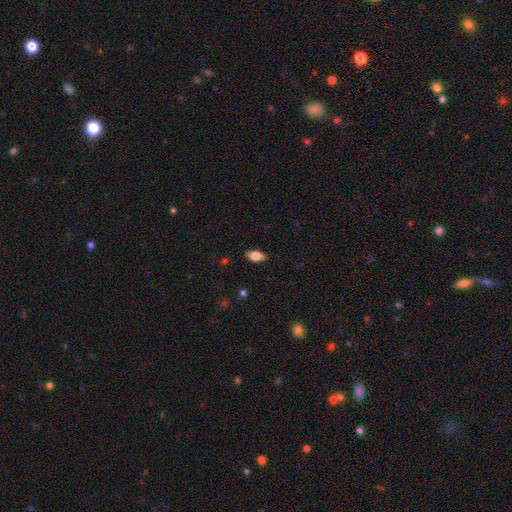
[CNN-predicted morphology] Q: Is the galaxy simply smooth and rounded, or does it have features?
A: smooth — 77%.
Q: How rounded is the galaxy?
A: in between — 88%.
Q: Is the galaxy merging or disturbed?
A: none — 86%.